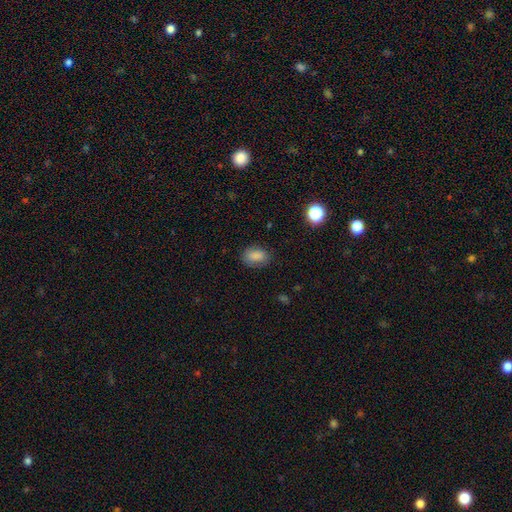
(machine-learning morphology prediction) This is clearly a smooth galaxy (85%). How rounded: clearly in between (81%). Merging: likely none (76%).